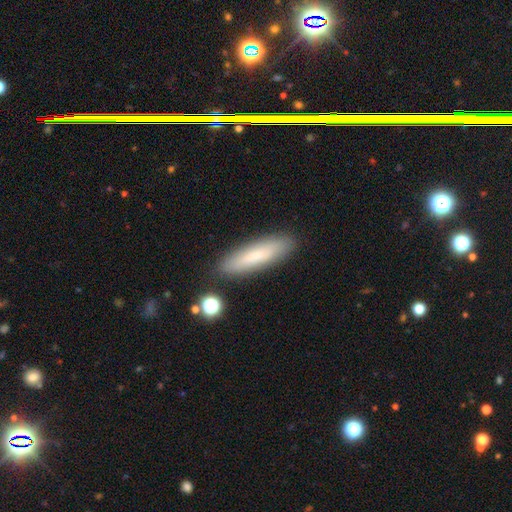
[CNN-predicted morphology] A smooth galaxy with no disk features (72%) that is cigar-shaped (72%). Merging: none (86%).